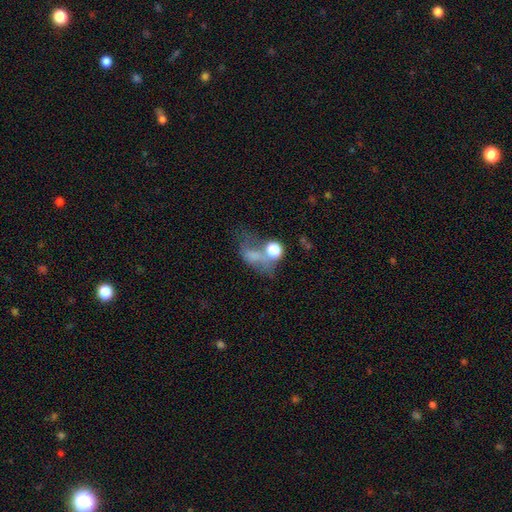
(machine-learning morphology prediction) Smooth or featured? smooth (49%)
Merging? major disturbance (36%)